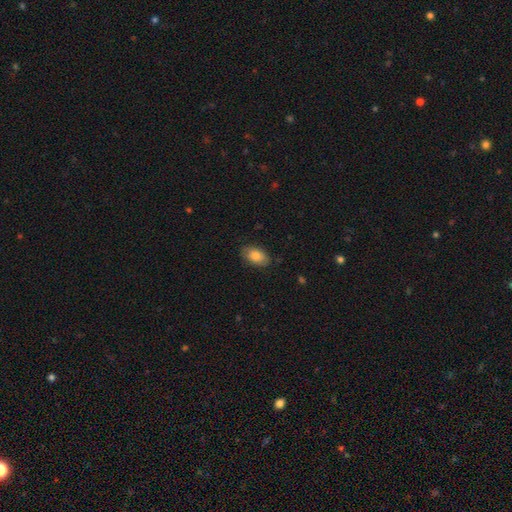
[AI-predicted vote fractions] Smooth or featured? smooth (82%)
How rounded? in between (92%)
Merging? none (81%)